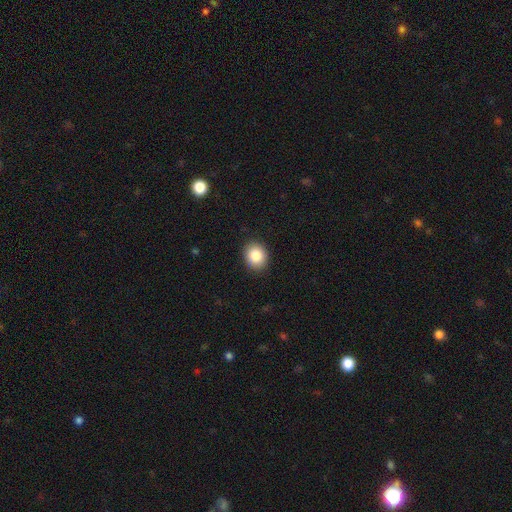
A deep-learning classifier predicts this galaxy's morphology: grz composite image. It shows a smooth galaxy with no disk features (86%) that is round (64%). Merging: none (89%).